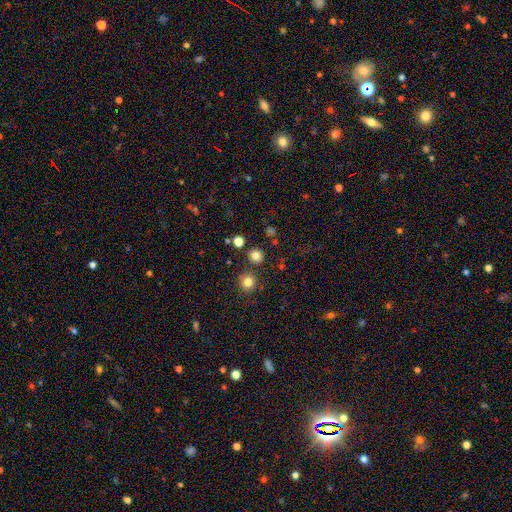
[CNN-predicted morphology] Smooth or featured: smooth — 79% (star or artifact — 16%)
How rounded: round — 89% (in between — 10%)
Merging: none — 84% (merger — 7%)